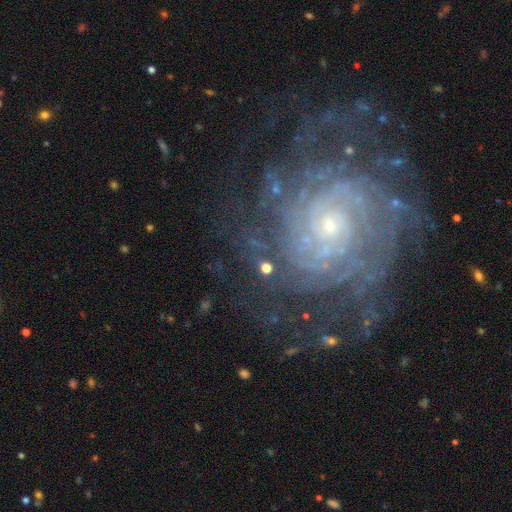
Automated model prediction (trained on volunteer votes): A featured or disk galaxy (87%) with no bar (76%), tight (77%) spiral arms (96%) and a small central bulge (75%).

Vote fractions:
- Smooth or featured? featured or disk: 87% / star or artifact: 7% / smooth: 6%
- Edge-on disk? no: 97% / yes: 3%
- Bar? no: 76% / weak: 19% / strong: 6%
- Spiral arms? yes: 96% / no: 4%
- Spiral winding? tight: 77% / medium: 18% / loose: 4%
- Spiral arm count? can't tell: 35% / more than 4: 20% / 4: 15% / 2: 11% / 3: 11% / 1: 8%
- Bulge size? small: 75% / moderate: 20% / large: 2% / none: 2% / dominant: 1%
- Merging? none: 77% / minor disturbance: 13% / major disturbance: 8% / merger: 1%